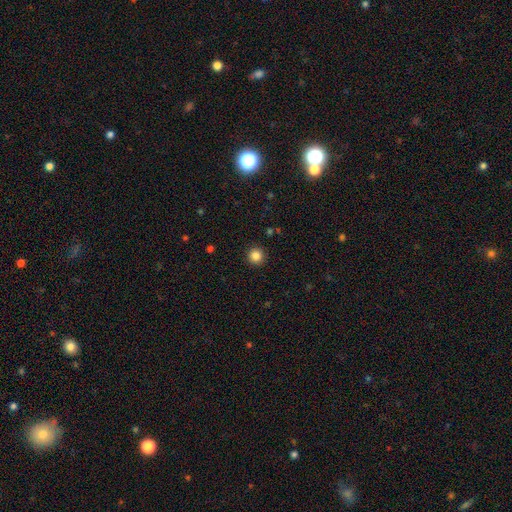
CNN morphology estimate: The model was most divided on "smooth or featured": smooth: 85%, star or artifact: 11%, featured or disk: 4%. More confident: how rounded — round (96%); merging — none (92%).